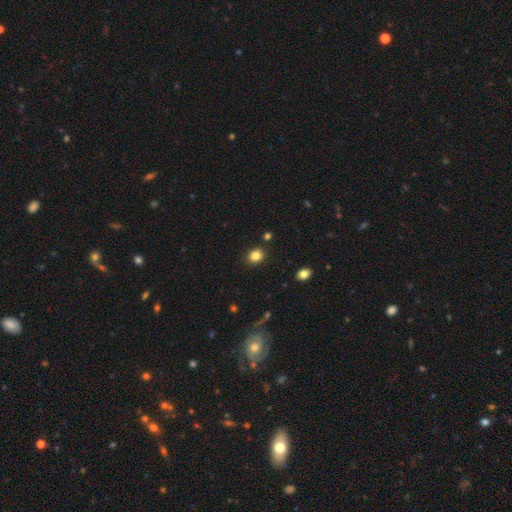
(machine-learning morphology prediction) A smooth galaxy with no disk features (83%) that is round (68%).

Vote fractions:
- Smooth or featured? smooth: 83% / star or artifact: 11% / featured or disk: 6%
- How rounded? round: 68% / in between: 31% / cigar-shaped: 1%
- Merging? none: 87% / minor disturbance: 8% / merger: 3% / major disturbance: 2%